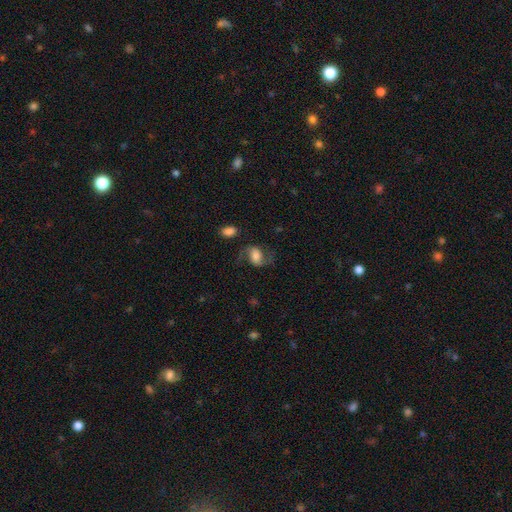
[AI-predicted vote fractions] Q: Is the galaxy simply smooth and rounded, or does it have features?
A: featured or disk — 63%.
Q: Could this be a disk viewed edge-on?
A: no — 97%.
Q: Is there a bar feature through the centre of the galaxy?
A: weak — 40%, tied with no.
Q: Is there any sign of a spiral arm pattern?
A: yes — 92%.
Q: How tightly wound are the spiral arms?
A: loose — 56%.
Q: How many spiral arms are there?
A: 2 — 91%.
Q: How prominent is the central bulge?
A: large — 36%.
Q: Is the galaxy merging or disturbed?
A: none — 65%.